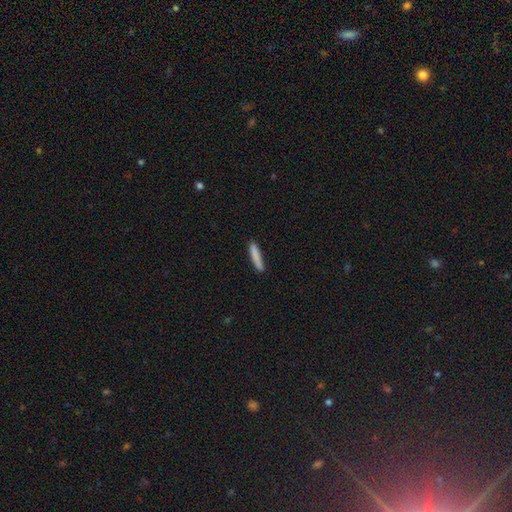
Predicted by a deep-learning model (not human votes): smooth-or-featured: smooth: 85% | featured or disk: 9% | star or artifact: 6%
  how-rounded: cigar-shaped: 91% | in between: 8% | round: 1%
  merging: none: 87% | minor disturbance: 9% | major disturbance: 2% | merger: 1%